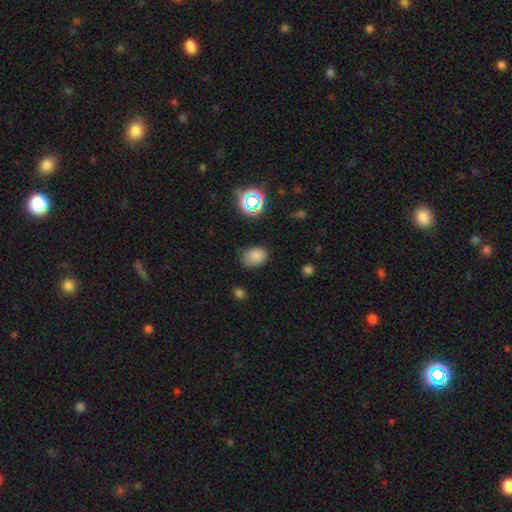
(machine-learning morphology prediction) A smooth galaxy with no disk features (78%) that is in between round and cigar-shaped (71%).

Vote fractions:
- Smooth or featured? smooth: 78% / star or artifact: 15% / featured or disk: 7%
- How rounded? in between: 71% / round: 28% / cigar-shaped: 1%
- Merging? none: 70% / minor disturbance: 22% / major disturbance: 6% / merger: 2%